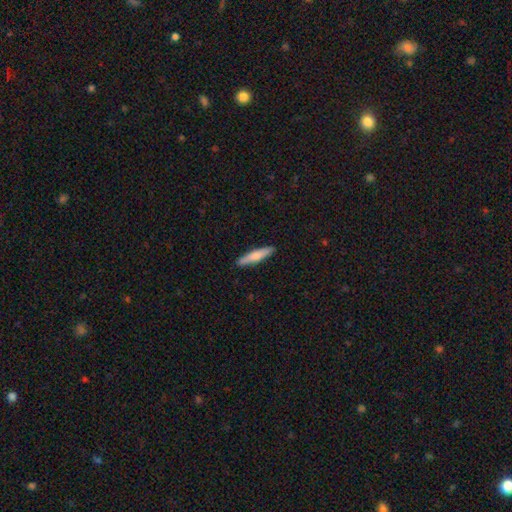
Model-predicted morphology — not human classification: smooth 68%, featured or disk 27%, star or artifact 5%. Down the decision tree: how rounded — cigar-shaped (88%); merging — none (89%).